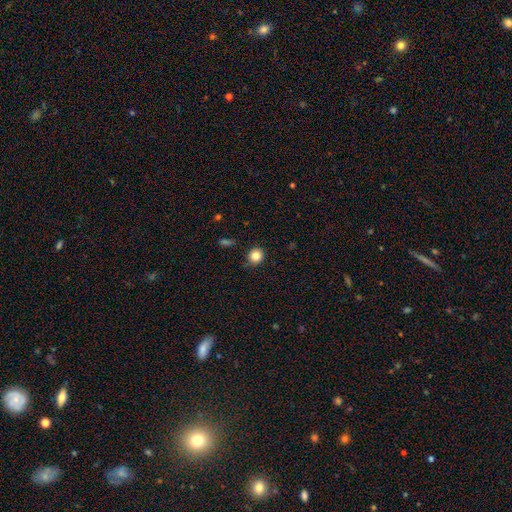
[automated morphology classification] This appears to be a smooth galaxy with no disk features (83%) that is round (85%). Merging: none (86%).